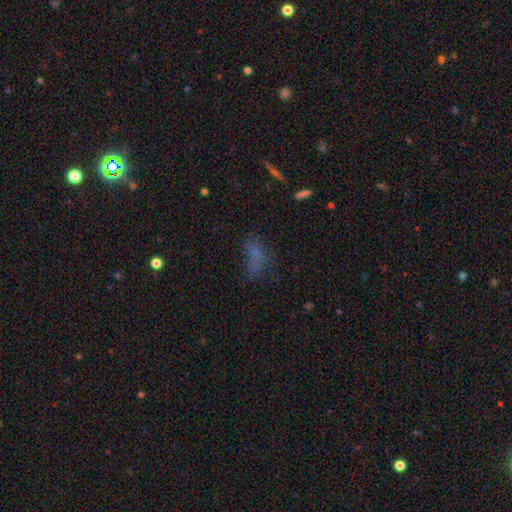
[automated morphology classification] type=smooth (56%); roundness=in between (78%); merging=none (43%).